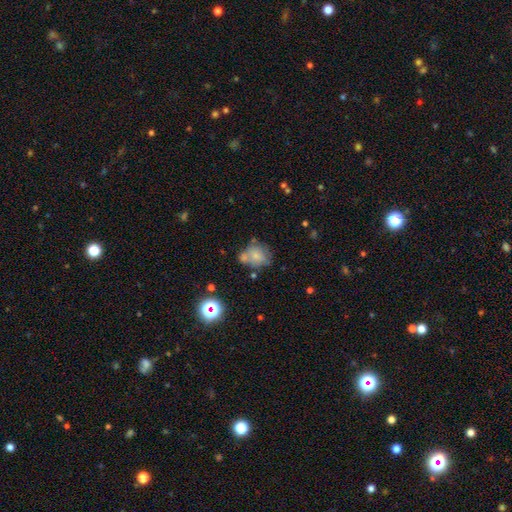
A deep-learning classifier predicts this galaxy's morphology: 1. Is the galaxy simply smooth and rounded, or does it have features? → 67% smooth, 22% featured or disk, 12% star or artifact.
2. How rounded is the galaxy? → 60% round, 39% in between, 1% cigar-shaped.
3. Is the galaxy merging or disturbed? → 42% none, 28% merger, 21% minor disturbance, 9% major disturbance.